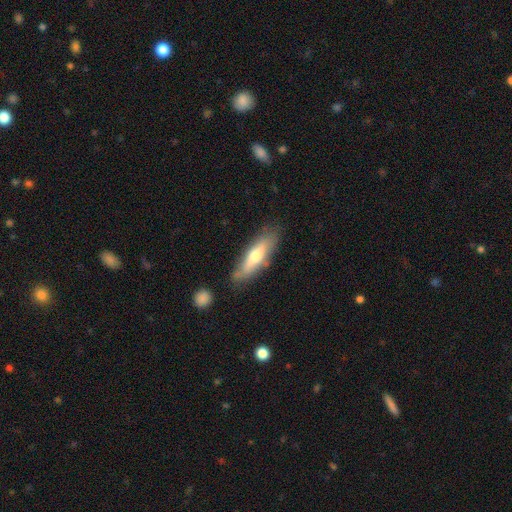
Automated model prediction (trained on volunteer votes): Smooth or featured?
  - smooth: 54% *
  - featured or disk: 40%
  - star or artifact: 6%
How rounded?
  - cigar-shaped: 60% *
  - in between: 38%
  - round: 2%
Merging?
  - none: 74% *
  - minor disturbance: 18%
  - major disturbance: 4%
  - merger: 4%